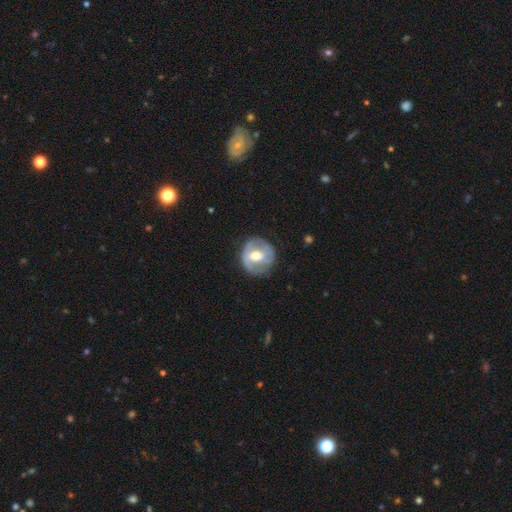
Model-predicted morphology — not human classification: smooth-or-featured: featured or disk: 64% | smooth: 31% | star or artifact: 5%
  disk-edge-on: no: 96% | yes: 4%
    bar: weak: 43% | no: 32% | strong: 25%
    has-spiral-arms: yes: 58% | no: 42%
    bulge-size: moderate: 74% | small: 15% | large: 9% | none: 1% | dominant: 1%
  merging: none: 77% | minor disturbance: 15% | major disturbance: 6% | merger: 1%